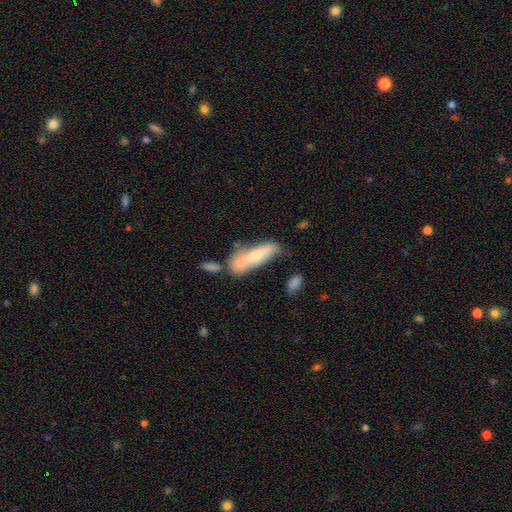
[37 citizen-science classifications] smooth 65%, featured or disk 30%, star or artifact 5%. Down the decision tree: how rounded — cigar-shaped (62%); merging — merger (40%).